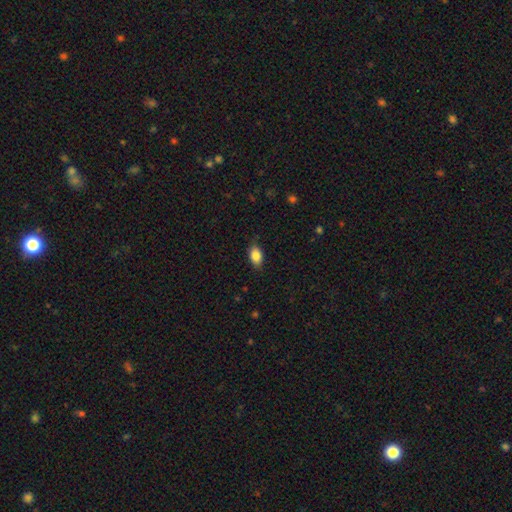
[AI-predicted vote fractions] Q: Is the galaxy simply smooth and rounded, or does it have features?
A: smooth — 86%.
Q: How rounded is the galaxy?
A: in between — 87%.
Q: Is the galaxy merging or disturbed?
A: none — 83%.